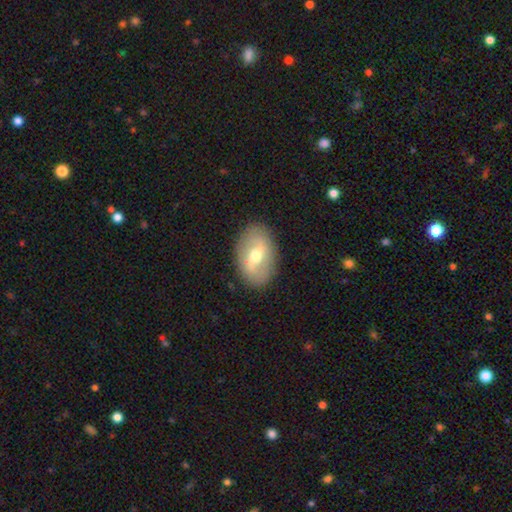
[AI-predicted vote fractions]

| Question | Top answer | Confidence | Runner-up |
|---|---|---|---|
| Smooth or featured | smooth | 48% | featured or disk (45%) |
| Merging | none | 86% | minor disturbance (10%) |